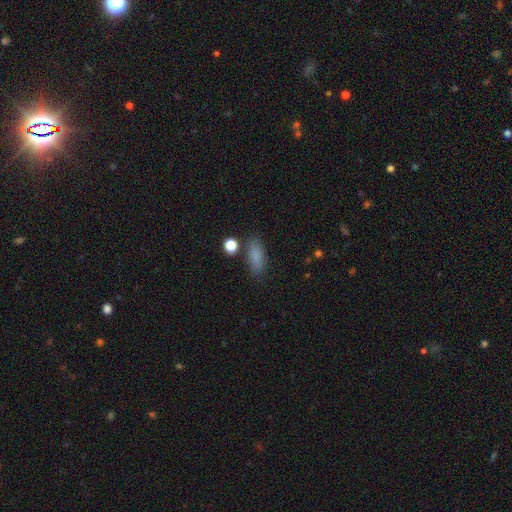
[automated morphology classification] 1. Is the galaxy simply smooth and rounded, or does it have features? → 83% smooth, 10% star or artifact, 6% featured or disk.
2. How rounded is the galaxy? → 71% in between, 23% cigar-shaped, 5% round.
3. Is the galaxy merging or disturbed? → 79% none, 13% minor disturbance, 5% merger, 4% major disturbance.